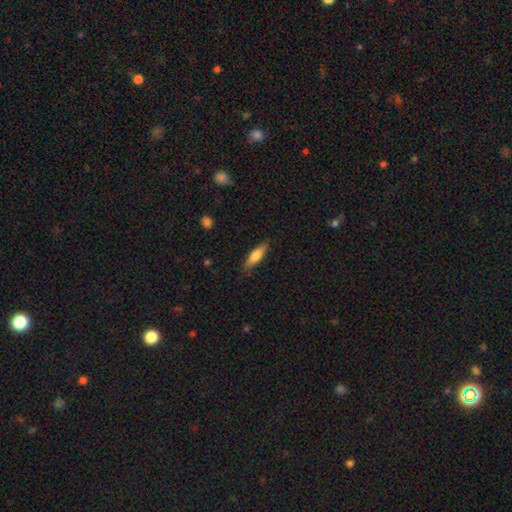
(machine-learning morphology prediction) type=smooth (74%); roundness=cigar-shaped (60%); merging=none (81%).